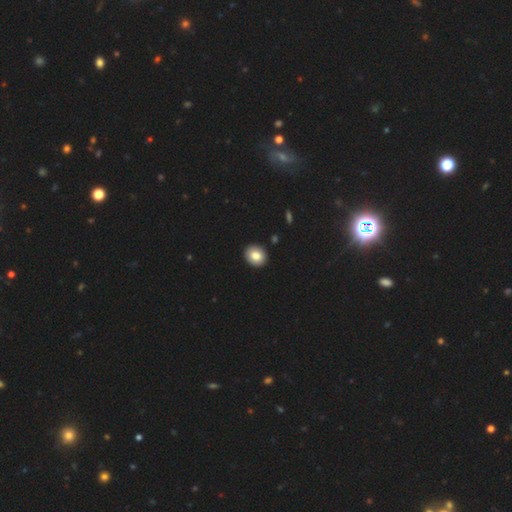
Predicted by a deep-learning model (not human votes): A smooth galaxy with no disk features (82%) that is round (64%).

Vote fractions:
- Smooth or featured? smooth: 82% / featured or disk: 10% / star or artifact: 8%
- How rounded? round: 64% / in between: 35% / cigar-shaped: 1%
- Merging? none: 91% / minor disturbance: 6% / major disturbance: 1% / merger: 1%